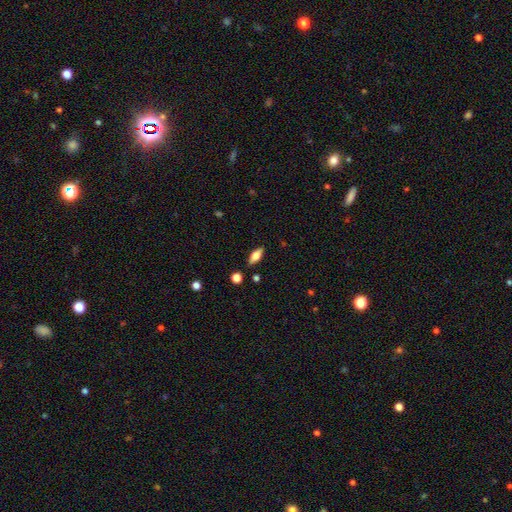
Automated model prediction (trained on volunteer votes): Q: Smooth or featured?
A: smooth (61%); runner-up: featured or disk (31%)
Q: How rounded?
A: in between (75%); runner-up: cigar-shaped (22%)
Q: Merging?
A: none (86%); runner-up: minor disturbance (10%)